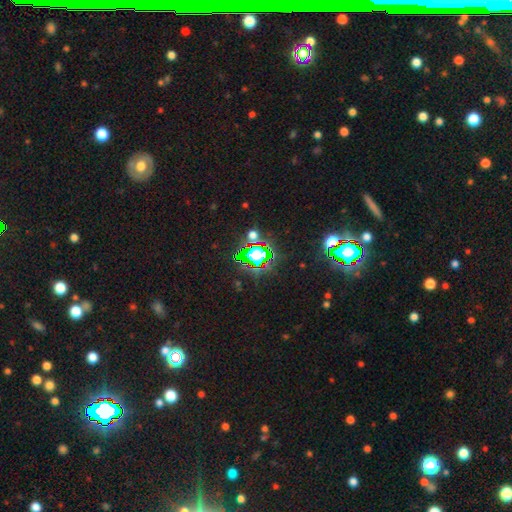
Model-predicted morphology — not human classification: Smooth or featured? star or artifact (69%)